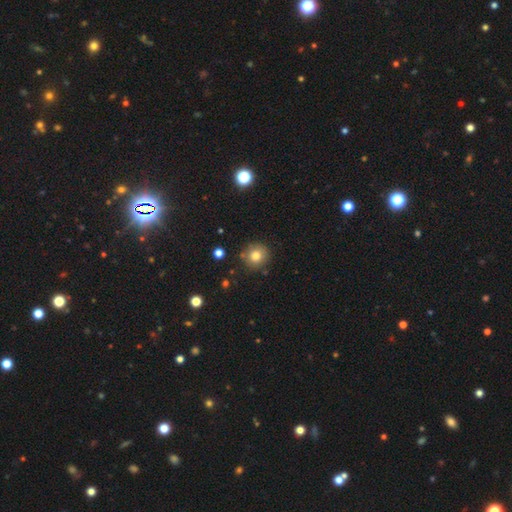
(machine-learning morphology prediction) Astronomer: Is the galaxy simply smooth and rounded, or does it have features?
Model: smooth — 79%.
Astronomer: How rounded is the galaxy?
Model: round — 91%.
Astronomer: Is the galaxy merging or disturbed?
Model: none — 84%.